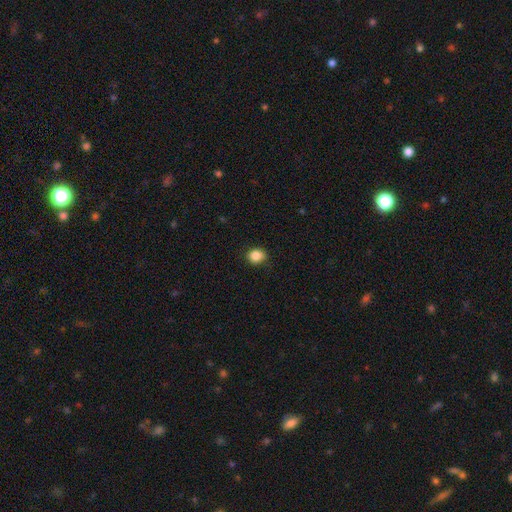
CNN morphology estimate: Smooth or featured: smooth — 85% (star or artifact — 10%)
How rounded: round — 76% (in between — 23%)
Merging: none — 84% (minor disturbance — 13%)